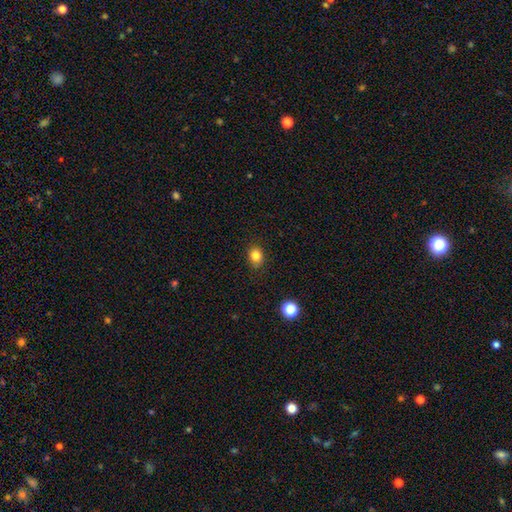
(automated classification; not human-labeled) This is clearly a smooth galaxy (83%). How rounded: possibly round (57%). Merging: clearly none (87%).